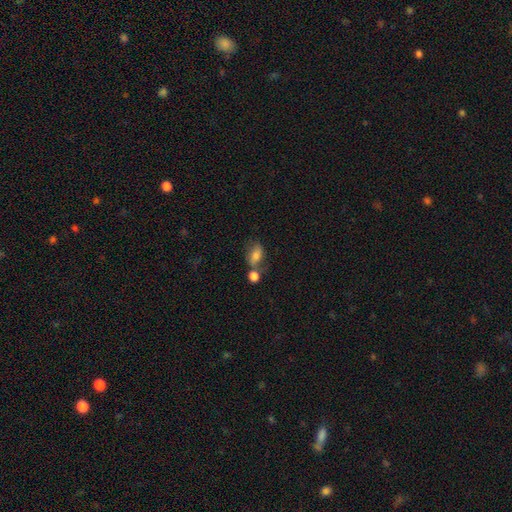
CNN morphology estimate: A smooth galaxy with no disk features (74%) that is in between round and cigar-shaped (82%).

Vote fractions:
- Smooth or featured? smooth: 74% / featured or disk: 16% / star or artifact: 10%
- How rounded? in between: 82% / round: 15% / cigar-shaped: 3%
- Merging? none: 39% / merger: 35% / minor disturbance: 17% / major disturbance: 10%